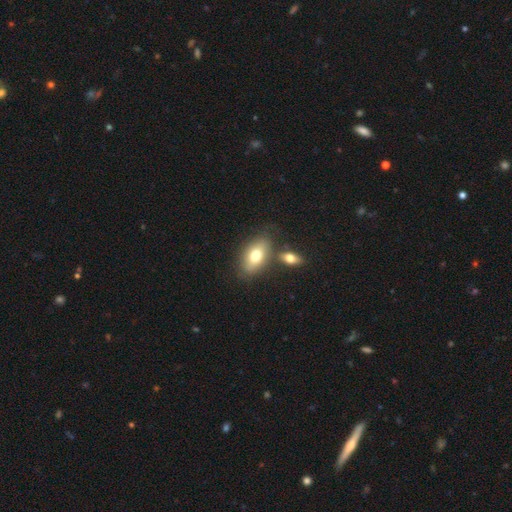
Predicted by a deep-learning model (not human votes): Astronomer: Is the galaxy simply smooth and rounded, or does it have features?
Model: smooth — 74%.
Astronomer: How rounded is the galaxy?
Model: in between — 90%.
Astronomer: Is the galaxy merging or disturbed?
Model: none — 65%.